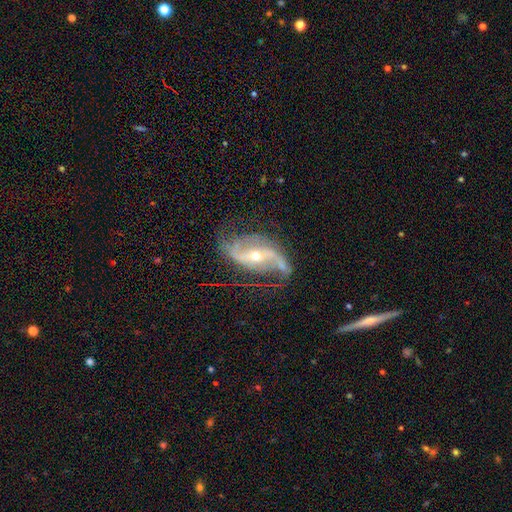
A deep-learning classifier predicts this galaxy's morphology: Smooth or featured?
  - featured or disk: 90% *
  - star or artifact: 6%
  - smooth: 4%
Edge-on disk?
  - no: 96% *
  - yes: 4%
Bar?
  - strong: 40% *
  - weak: 32%
  - no: 28%
Spiral arms?
  - yes: 97% *
  - no: 3%
Spiral winding?
  - loose: 57% *
  - medium: 33%
  - tight: 10%
Spiral arm count?
  - 2: 88% *
  - can't tell: 3%
  - 3: 3%
  - 1: 2%
  - 4: 1%
  - more than 4: 1%
Bulge size?
  - small: 53% *
  - moderate: 44%
  - large: 1%
  - none: 1%
  - dominant: 1%
Merging?
  - none: 65% *
  - minor disturbance: 20%
  - major disturbance: 12%
  - merger: 3%